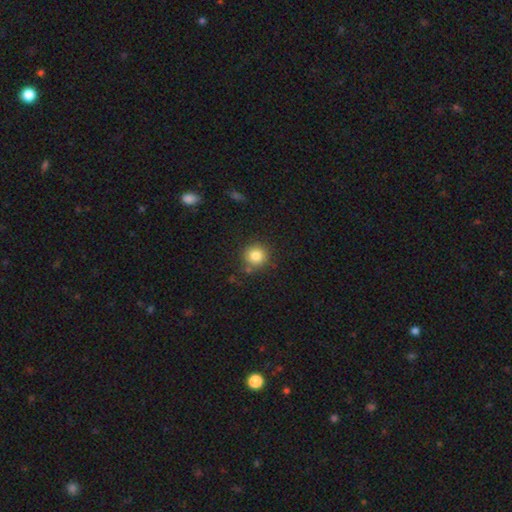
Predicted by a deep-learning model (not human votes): This is clearly a smooth galaxy (83%). How rounded: clearly round (92%). Merging: clearly none (83%).